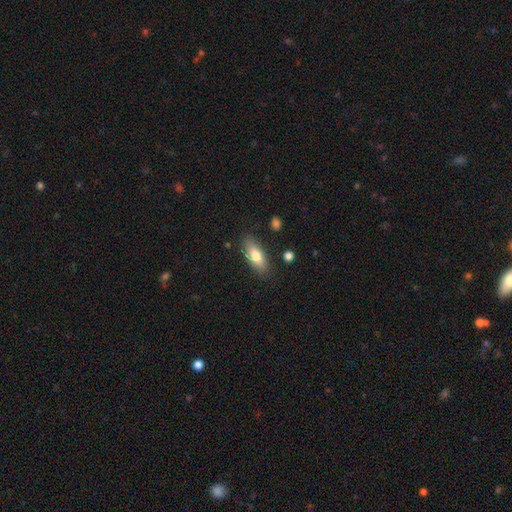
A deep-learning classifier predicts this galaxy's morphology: type=smooth (78%); roundness=in between (79%); merging=none (83%).